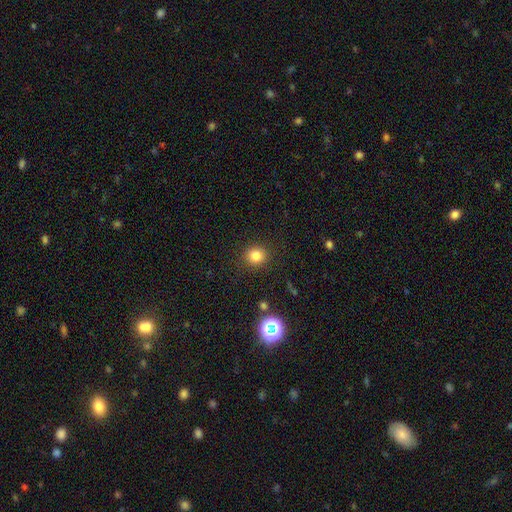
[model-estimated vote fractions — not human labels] Smooth or featured? smooth (81%)
How rounded? round (87%)
Merging? none (89%)